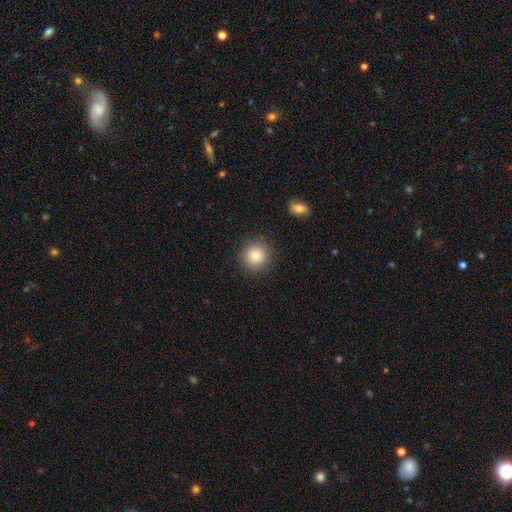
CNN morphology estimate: This is clearly a smooth galaxy (85%). How rounded: clearly round (93%). Merging: clearly none (90%).